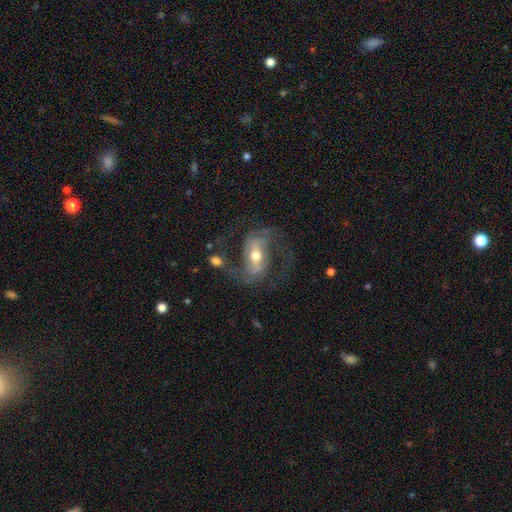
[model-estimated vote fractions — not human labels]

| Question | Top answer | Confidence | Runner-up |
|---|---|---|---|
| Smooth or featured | featured or disk | 84% | smooth (10%) |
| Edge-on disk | no | 95% | yes (5%) |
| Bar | strong | 48% | weak (37%) |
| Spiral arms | yes | 93% | no (7%) |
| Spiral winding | medium | 48% | loose (40%) |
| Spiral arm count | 2 | 89% | can't tell (4%) |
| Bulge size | moderate | 70% | small (20%) |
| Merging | none | 61% | major disturbance (18%) |